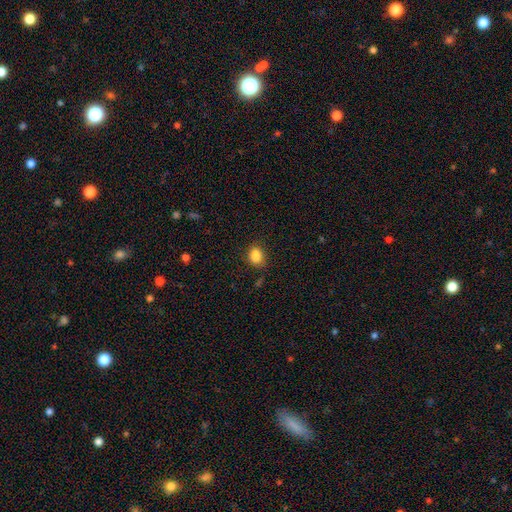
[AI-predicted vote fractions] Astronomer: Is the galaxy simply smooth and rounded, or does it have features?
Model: smooth — 87%.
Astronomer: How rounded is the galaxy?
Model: in between — 55% (runner-up: round, 44%).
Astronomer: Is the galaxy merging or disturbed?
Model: none — 81%.